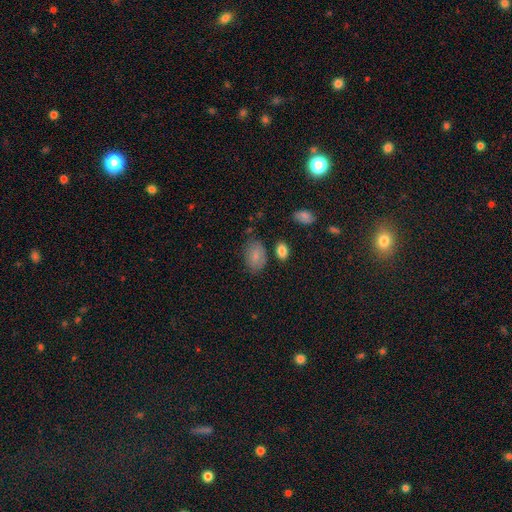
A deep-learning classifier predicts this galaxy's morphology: Smooth or featured? smooth (82%)
How rounded? in between (89%)
Merging? none (71%)